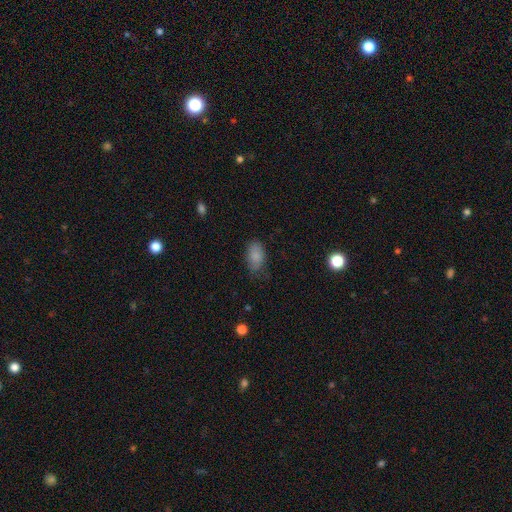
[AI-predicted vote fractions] Smooth or featured?
  - smooth: 86% *
  - star or artifact: 8%
  - featured or disk: 6%
How rounded?
  - in between: 91% *
  - round: 7%
  - cigar-shaped: 2%
Merging?
  - none: 67% *
  - minor disturbance: 25%
  - major disturbance: 7%
  - merger: 1%